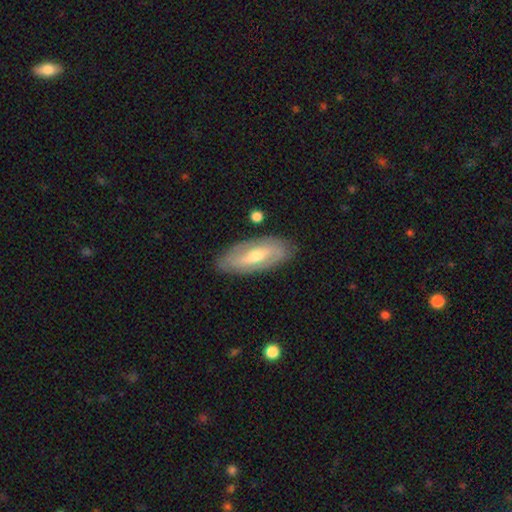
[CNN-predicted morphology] Q: Smooth or featured?
A: featured or disk (65%); runner-up: smooth (29%)
Q: Edge-on disk?
A: no (82%); runner-up: yes (18%)
Q: Bar?
A: weak (41%); runner-up: strong (34%)
Q: Spiral arms?
A: yes (70%); runner-up: no (30%)
Q: Bulge size?
A: moderate (60%); runner-up: small (35%)
Q: Merging?
A: none (84%); runner-up: minor disturbance (12%)